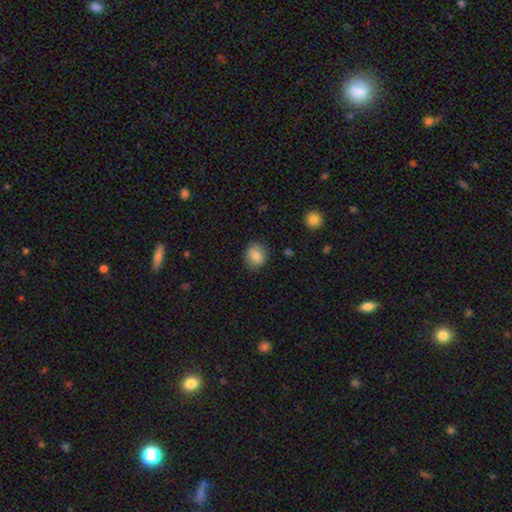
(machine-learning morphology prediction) A smooth galaxy with no disk features (84%) that is round (72%). Merging: none (85%).